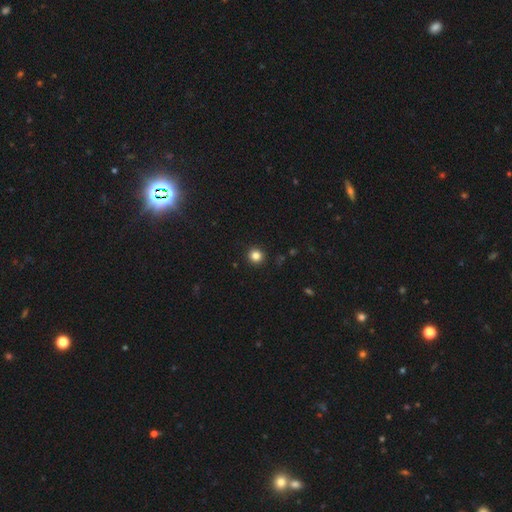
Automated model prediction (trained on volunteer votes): A smooth galaxy with no disk features (83%) that is round (94%).

Vote fractions:
- Smooth or featured? smooth: 83% / star or artifact: 12% / featured or disk: 4%
- How rounded? round: 94% / in between: 5% / cigar-shaped: 1%
- Merging? none: 93% / minor disturbance: 4% / major disturbance: 1% / merger: 1%